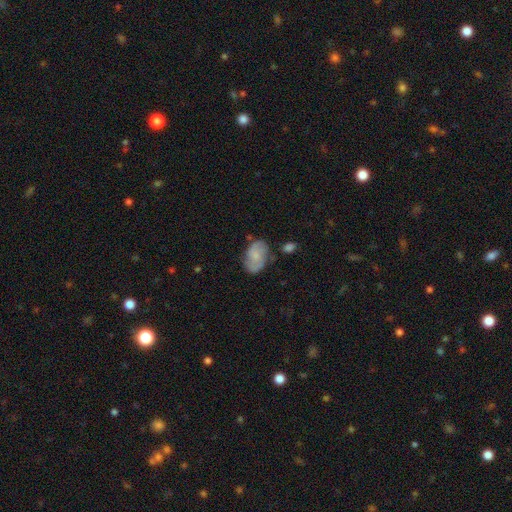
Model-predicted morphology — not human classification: Smooth or featured?
  - featured or disk: 48% *
  - smooth: 45%
  - star or artifact: 7%
Merging?
  - none: 62% *
  - minor disturbance: 24%
  - major disturbance: 8%
  - merger: 6%